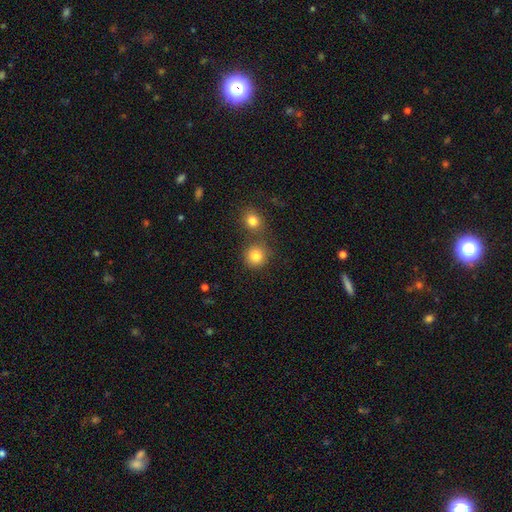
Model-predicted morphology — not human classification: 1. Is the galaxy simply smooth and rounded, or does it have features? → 83% smooth, 12% star or artifact, 6% featured or disk.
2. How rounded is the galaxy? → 91% round, 8% in between, 1% cigar-shaped.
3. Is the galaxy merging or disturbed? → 67% none, 22% merger, 8% minor disturbance, 3% major disturbance.